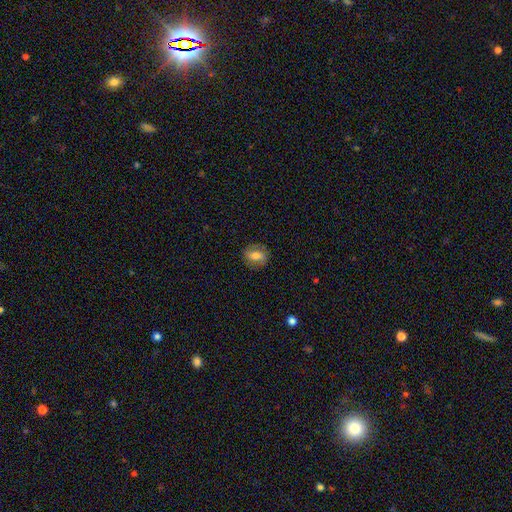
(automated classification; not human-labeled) smooth-or-featured: smooth: 53% | featured or disk: 38% | star or artifact: 9%
  how-rounded: in between: 50% | round: 48% | cigar-shaped: 2%
  merging: none: 81% | minor disturbance: 13% | major disturbance: 5% | merger: 1%